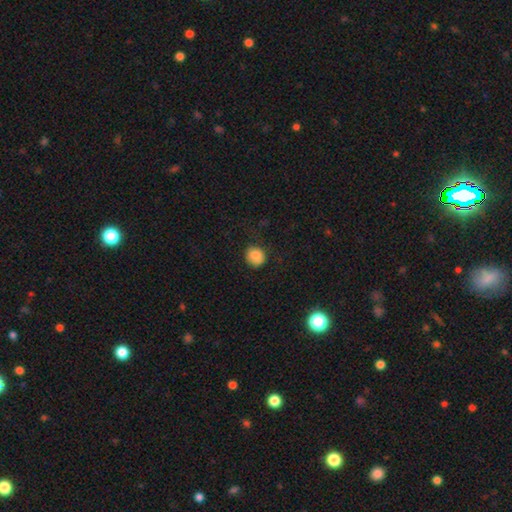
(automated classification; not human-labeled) A smooth galaxy with no disk features (86%) that is round (83%). Merging: none (77%).